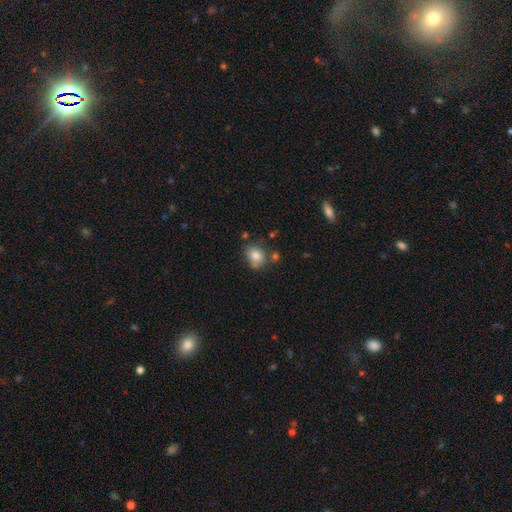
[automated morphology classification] Smooth or featured? smooth (83%)
How rounded? in between (53%)
Merging? none (64%)